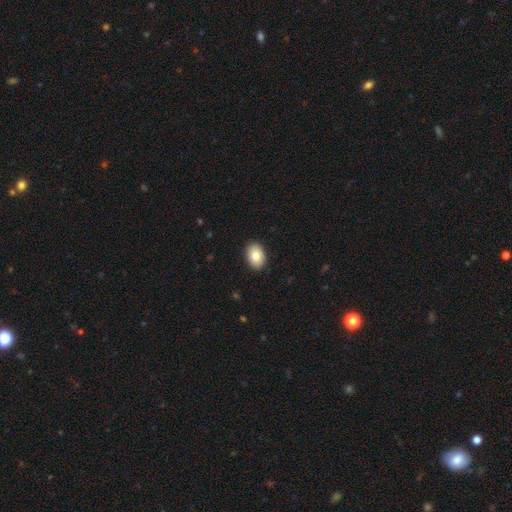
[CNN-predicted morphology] Smooth or featured? Predicted: smooth (p=0.86). How rounded? Predicted: in between (p=0.84). Merging? Predicted: none (p=0.91).